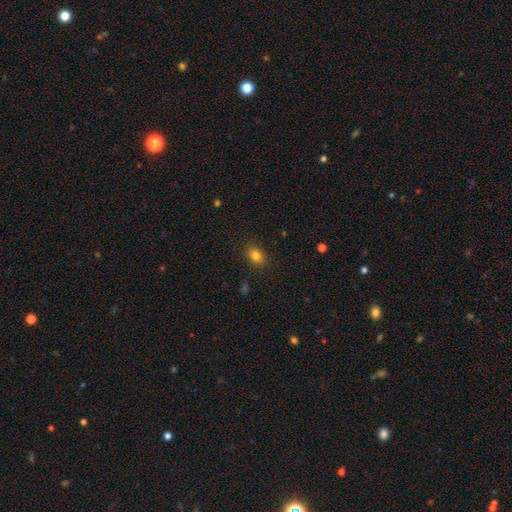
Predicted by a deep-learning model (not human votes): Q: Smooth or featured?
A: smooth (82%); runner-up: star or artifact (11%)
Q: How rounded?
A: in between (67%); runner-up: round (31%)
Q: Merging?
A: none (87%); runner-up: minor disturbance (9%)